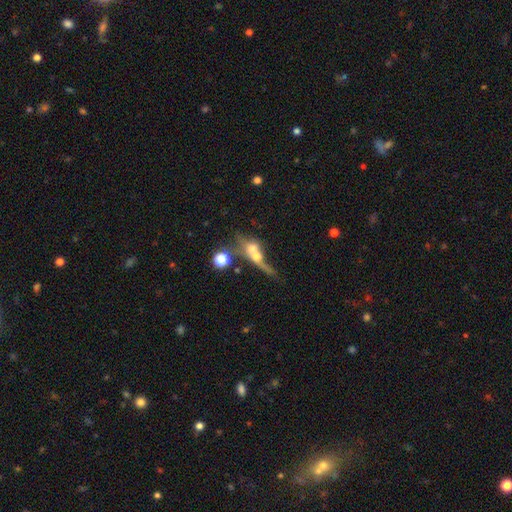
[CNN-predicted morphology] This is marginally a smooth galaxy (44%). Merging: possibly merger (59%).